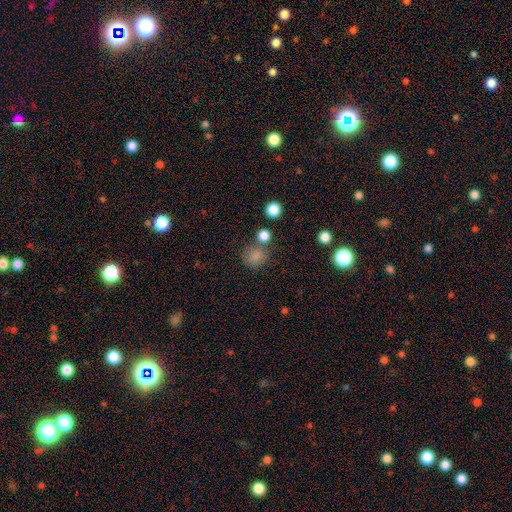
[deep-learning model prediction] Smooth or featured: smooth — 80% (star or artifact — 14%)
How rounded: round — 78% (in between — 21%)
Merging: none — 65% (minor disturbance — 14%)